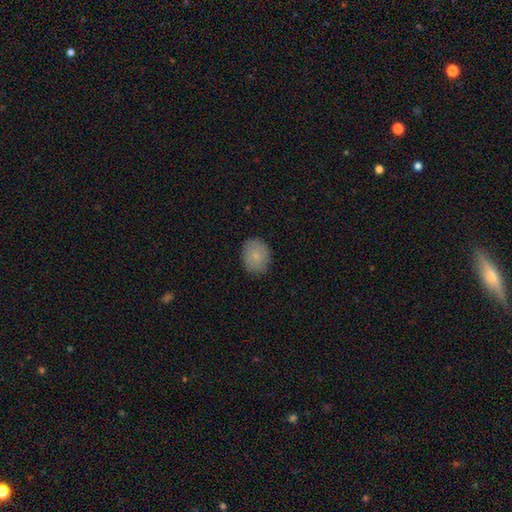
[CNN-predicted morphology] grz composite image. It shows a smooth galaxy with no disk features (81%) that is round (54%). Merging: none (84%).